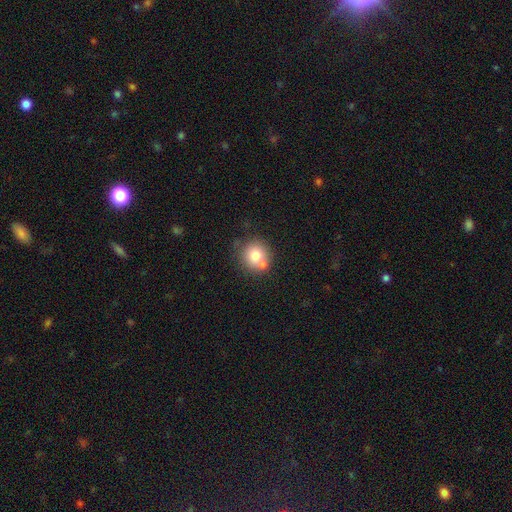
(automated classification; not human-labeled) smooth 75%, featured or disk 15%, star or artifact 10%. Down the decision tree: how rounded — round (89%); merging — none (63%).